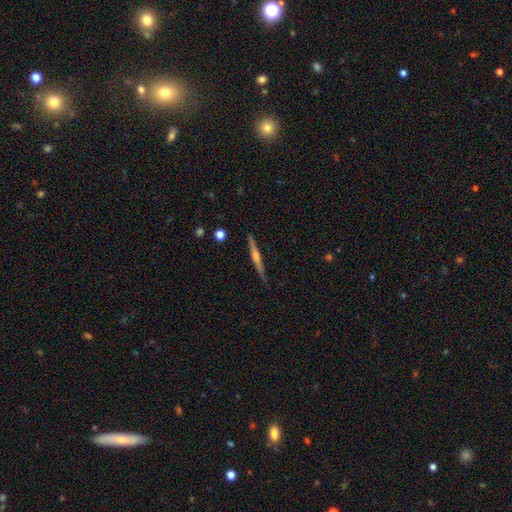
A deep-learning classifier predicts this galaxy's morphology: Smooth or featured? Predicted: featured or disk (p=0.69). Edge-on disk? Predicted: yes (p=0.98). Edge-on bulge? Predicted: rounded (p=0.71). Merging? Predicted: none (p=0.89).